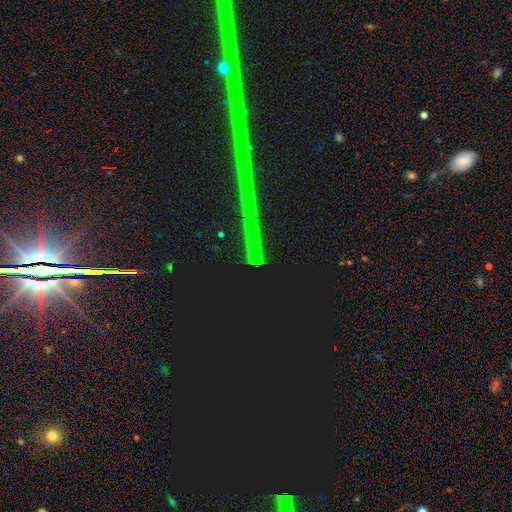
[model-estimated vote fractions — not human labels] Overall: star or artifact (87%).